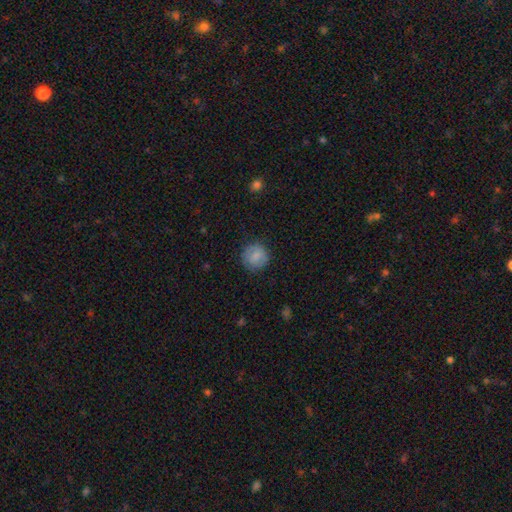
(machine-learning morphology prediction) This is clearly a smooth galaxy (82%). How rounded: clearly round (91%). Merging: clearly none (83%).